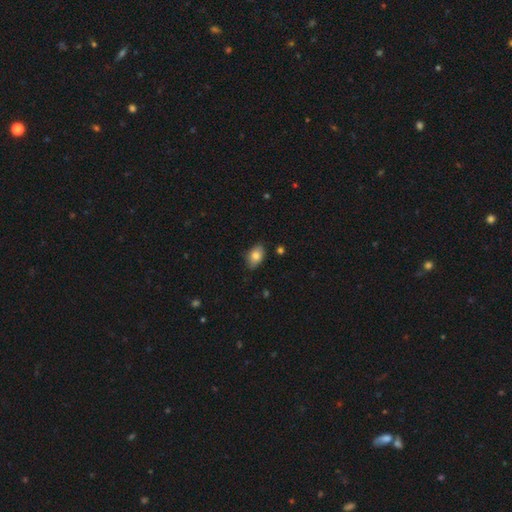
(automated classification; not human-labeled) Smooth or featured? smooth (80%)
How rounded? in between (87%)
Merging? none (79%)